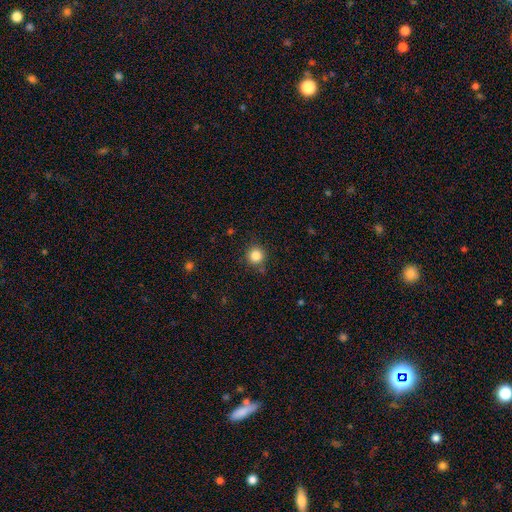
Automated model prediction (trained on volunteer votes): Smooth or featured: smooth — 84% (star or artifact — 11%)
How rounded: round — 94% (in between — 5%)
Merging: none — 86% (minor disturbance — 9%)